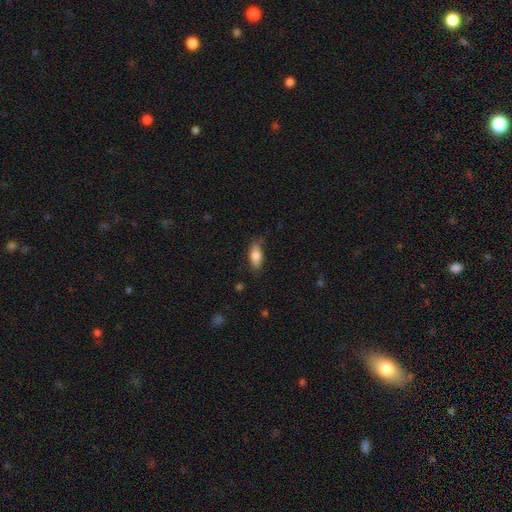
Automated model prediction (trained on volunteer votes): smooth 78%, featured or disk 15%, star or artifact 7%. Down the decision tree: how rounded — in between (76%); merging — none (77%).